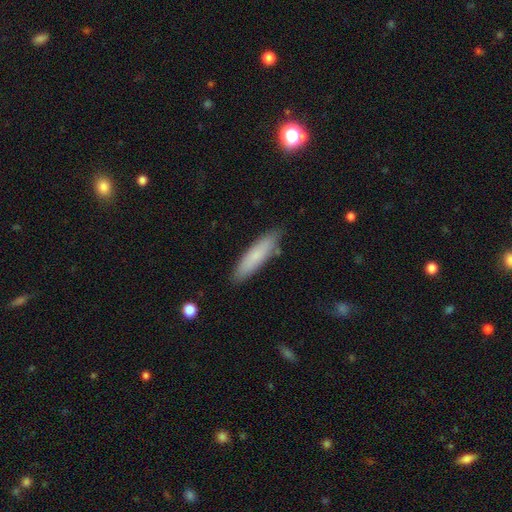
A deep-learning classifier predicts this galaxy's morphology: The model was most divided on "how rounded": cigar-shaped: 76%, in between: 23%, round: 1%. More confident: merging — none (85%); smooth or featured — smooth (77%).